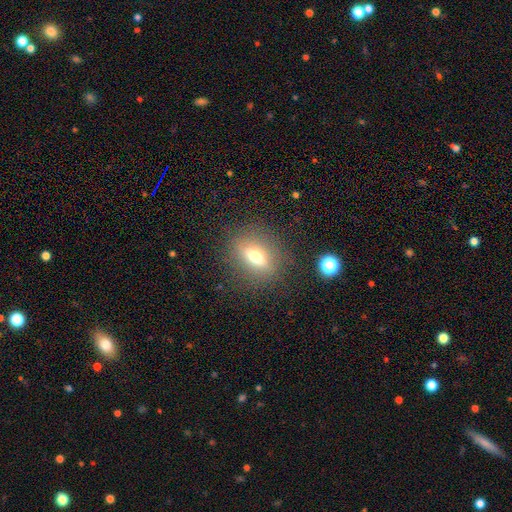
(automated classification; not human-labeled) Smooth or featured? Predicted: smooth (p=0.58). How rounded? Predicted: in between (p=0.57). Merging? Predicted: none (p=0.83).